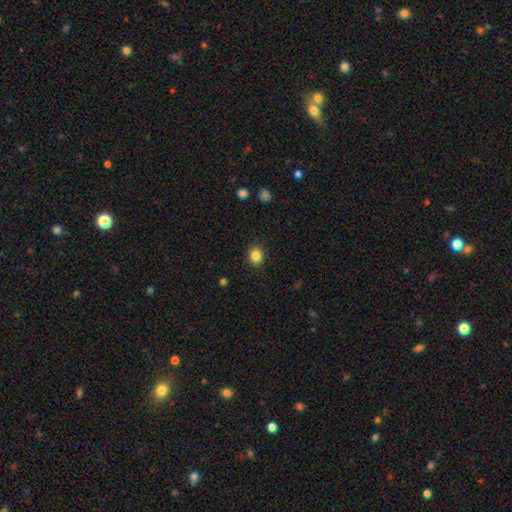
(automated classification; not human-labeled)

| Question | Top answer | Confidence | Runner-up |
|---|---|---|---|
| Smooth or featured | smooth | 85% | star or artifact (10%) |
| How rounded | round | 66% | in between (33%) |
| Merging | none | 89% | minor disturbance (8%) |